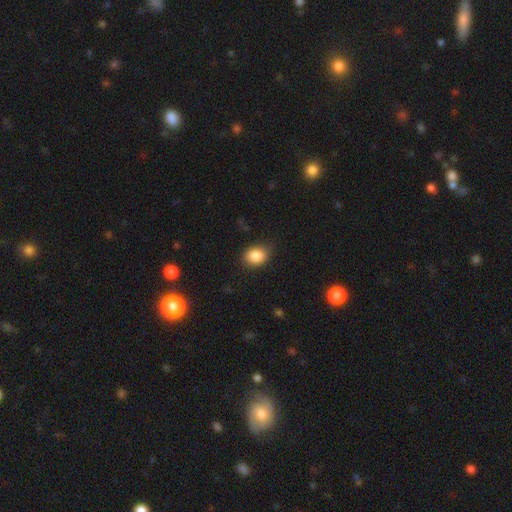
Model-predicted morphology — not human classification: This appears to be a smooth galaxy with no disk features (86%) that is in between round and cigar-shaped (60%). Merging: none (81%).